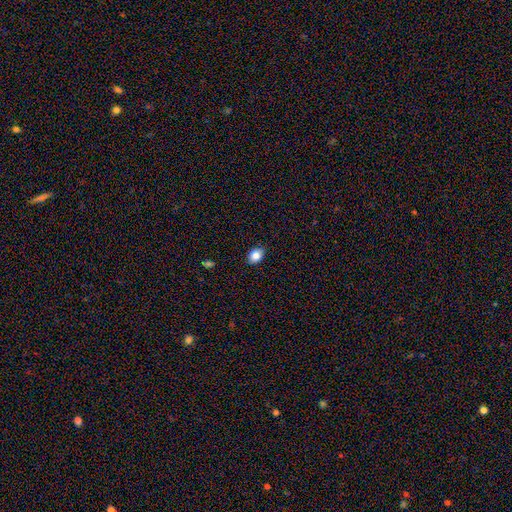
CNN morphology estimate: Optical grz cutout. It shows a smooth galaxy with no disk features (83%) that is in between round and cigar-shaped (65%). Merging: none (86%).